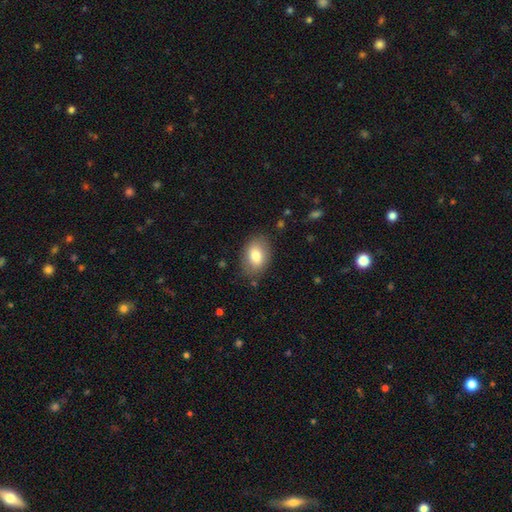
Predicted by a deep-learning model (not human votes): This appears to be a smooth galaxy with no disk features (80%) that is in between round and cigar-shaped (84%). Merging: none (81%).